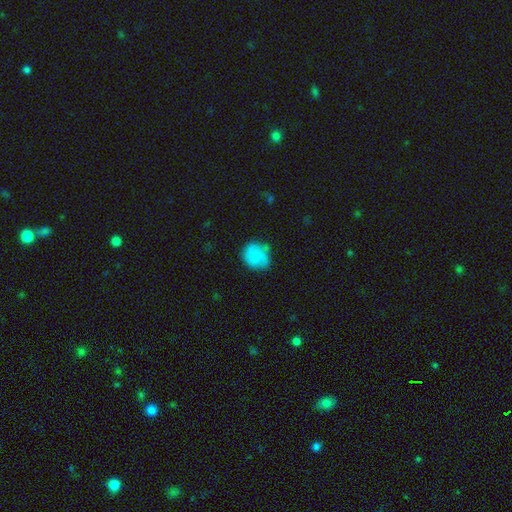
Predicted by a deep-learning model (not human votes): Morphology: type=smooth (71%); roundness=round (74%); merging=none (60%).